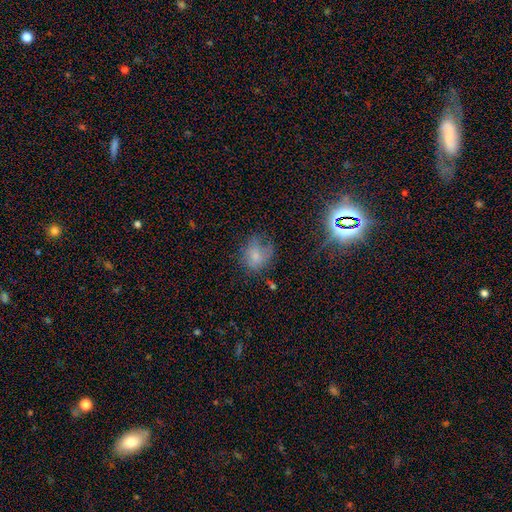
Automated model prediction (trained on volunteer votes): Morphology: type=smooth (65%); roundness=round (54%); merging=none (45%).